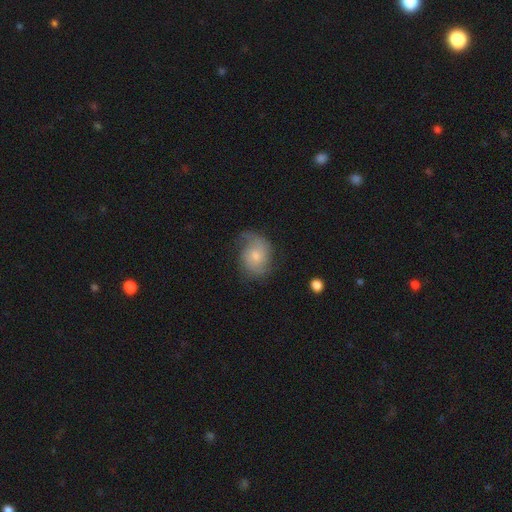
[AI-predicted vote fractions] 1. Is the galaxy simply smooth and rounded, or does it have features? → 53% featured or disk, 40% smooth, 7% star or artifact.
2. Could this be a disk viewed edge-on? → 97% no, 3% yes.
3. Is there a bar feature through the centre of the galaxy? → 67% no, 30% weak, 4% strong.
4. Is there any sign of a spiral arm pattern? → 86% yes, 14% no.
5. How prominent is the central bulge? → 46% small, 45% moderate, 4% none, 4% large, 1% dominant.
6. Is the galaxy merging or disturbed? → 55% none, 28% minor disturbance, 15% major disturbance, 2% merger.